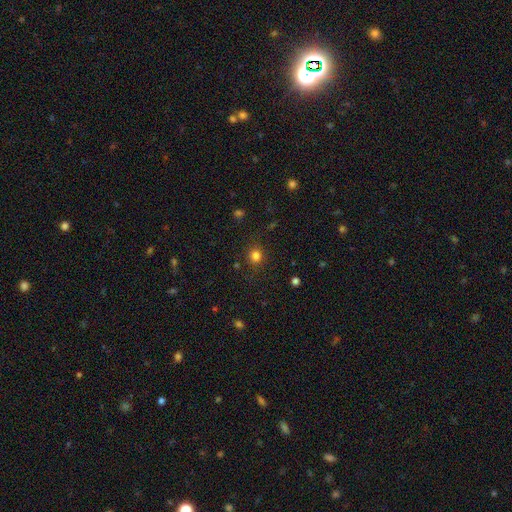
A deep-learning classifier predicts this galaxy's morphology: Smooth or featured? smooth (81%)
How rounded? round (83%)
Merging? none (86%)